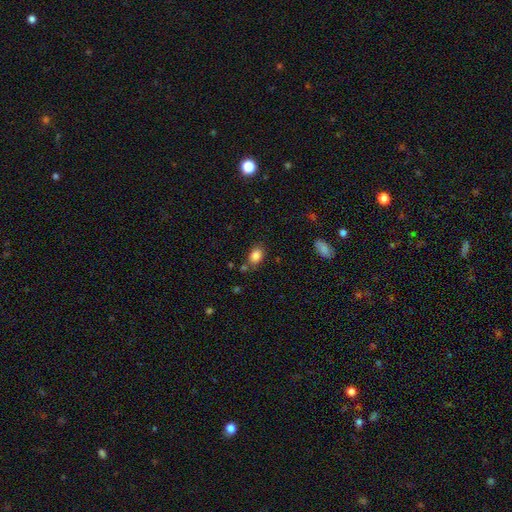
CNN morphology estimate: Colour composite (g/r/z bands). It shows a smooth galaxy with no disk features (85%) that is in between round and cigar-shaped (74%). Merging: none (73%).